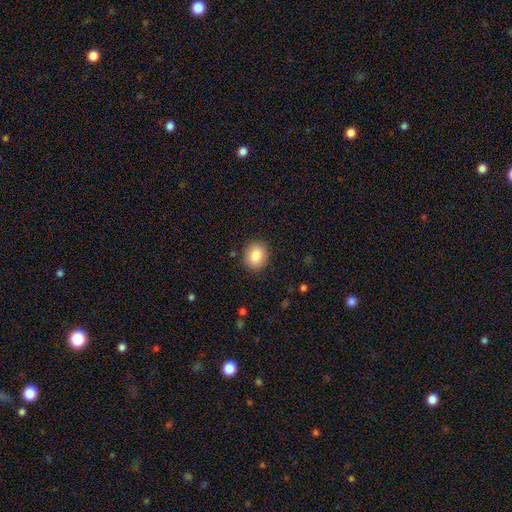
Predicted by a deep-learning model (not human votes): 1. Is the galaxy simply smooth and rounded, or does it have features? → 84% smooth, 9% star or artifact, 7% featured or disk.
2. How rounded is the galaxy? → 66% round, 33% in between, 1% cigar-shaped.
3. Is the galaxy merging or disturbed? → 88% none, 8% minor disturbance, 2% major disturbance, 1% merger.